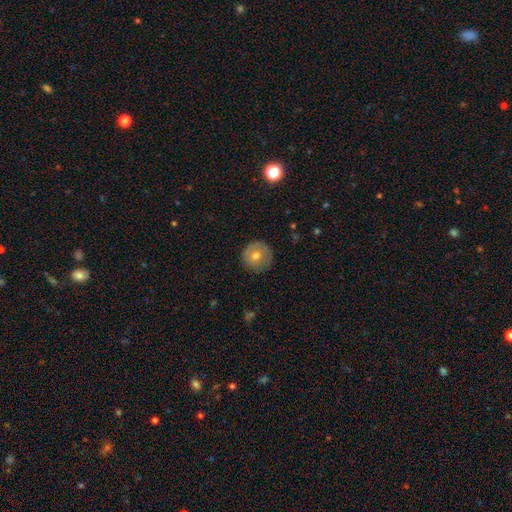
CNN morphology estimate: Q: Smooth or featured?
A: smooth (60%); runner-up: featured or disk (31%)
Q: How rounded?
A: round (95%); runner-up: in between (4%)
Q: Merging?
A: none (86%); runner-up: minor disturbance (11%)